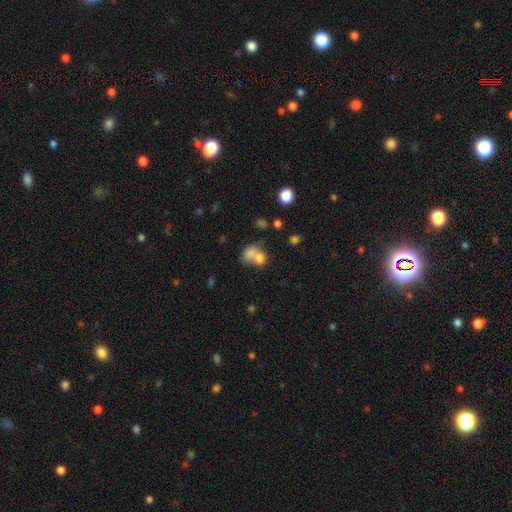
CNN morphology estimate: type=smooth (74%); roundness=in between (49%, tied with round); merging=merger (61%).